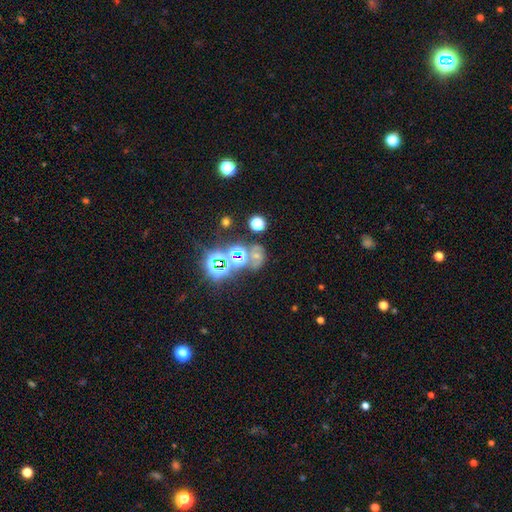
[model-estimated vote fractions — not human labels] A star or artifact, not a galaxy (44%).

Vote fractions:
- Smooth or featured? star or artifact: 44% / smooth: 32% / featured or disk: 24%